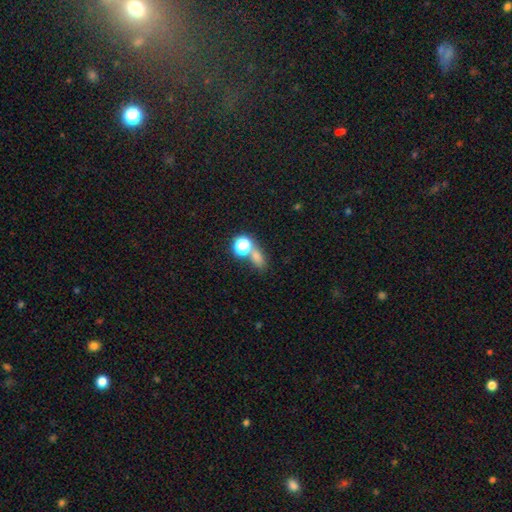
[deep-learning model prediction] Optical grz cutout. It shows a smooth galaxy with no disk features (61%) that is in between round and cigar-shaped (49%). Merging: none (50%).